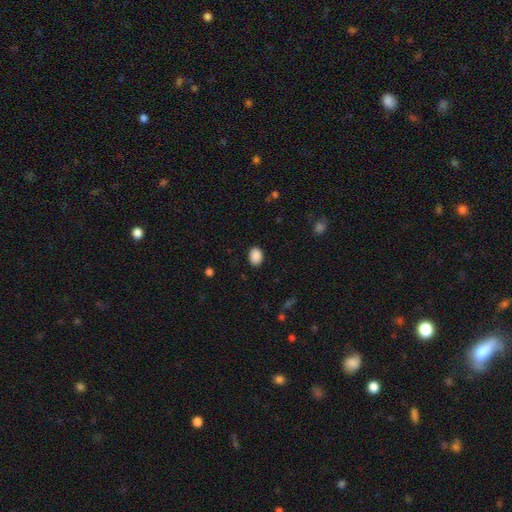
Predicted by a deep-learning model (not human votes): Smooth or featured? smooth (89%)
How rounded? in between (75%)
Merging? none (88%)